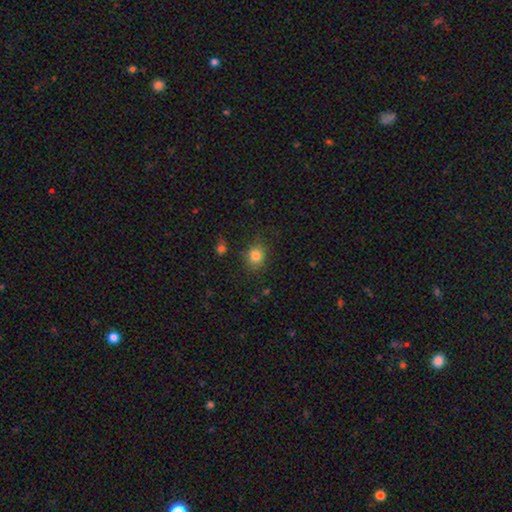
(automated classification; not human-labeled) Morphology: type=smooth (81%); roundness=round (67%); merging=none (79%).